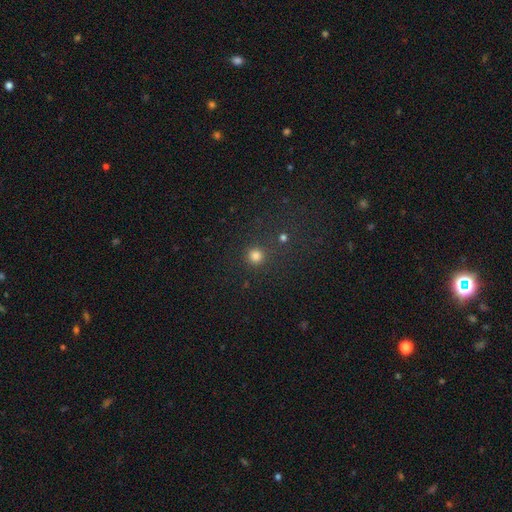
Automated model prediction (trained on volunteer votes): Overall: smooth (78%). How rounded: round (94%). Merging: none (83%).